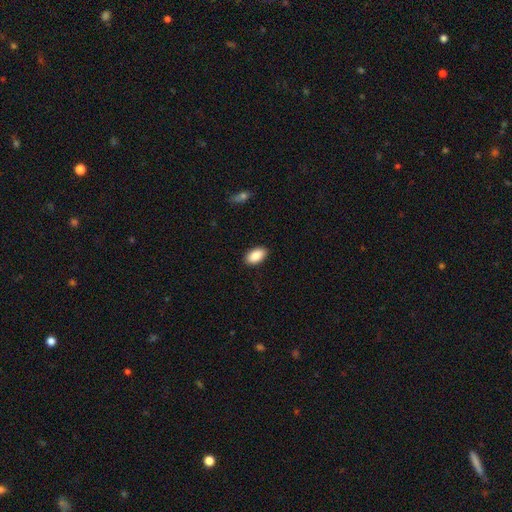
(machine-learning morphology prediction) A smooth galaxy with no disk features (88%) that is in between round and cigar-shaped (94%). Merging: none (89%).